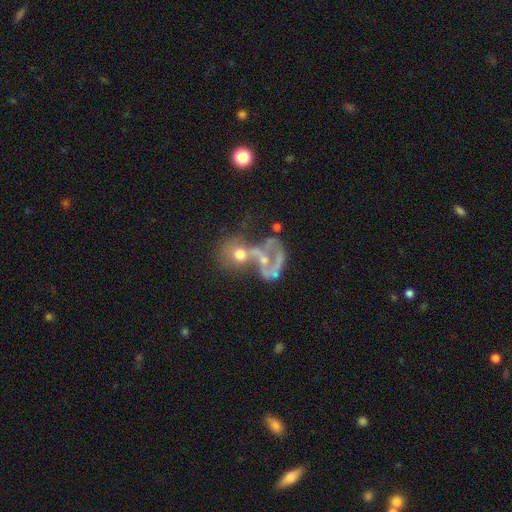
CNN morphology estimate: smooth_or_featured: featured or disk (p=0.58) [alt: smooth p=0.23]
disk_edge_on: no (p=0.96) [alt: yes p=0.04]
bar: no (p=0.73) [alt: weak p=0.19]
has_spiral_arms: yes (p=0.52) [alt: no p=0.48]
bulge_size: small (p=0.42) [alt: moderate p=0.34]
merging: merger (p=0.51) [alt: none p=0.21]